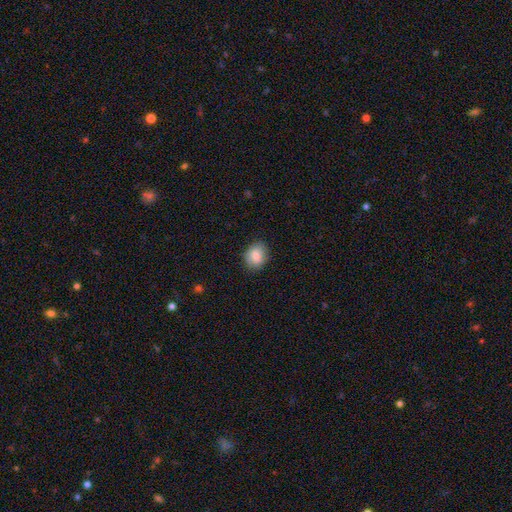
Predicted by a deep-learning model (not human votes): This appears to be a smooth galaxy with no disk features (86%) that is in between round and cigar-shaped (61%). Merging: none (83%).